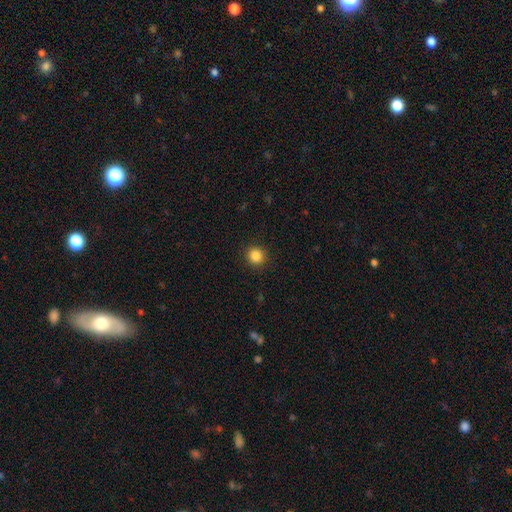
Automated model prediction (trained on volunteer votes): Smooth or featured? Predicted: smooth (p=0.85). How rounded? Predicted: round (p=0.91). Merging? Predicted: none (p=0.92).